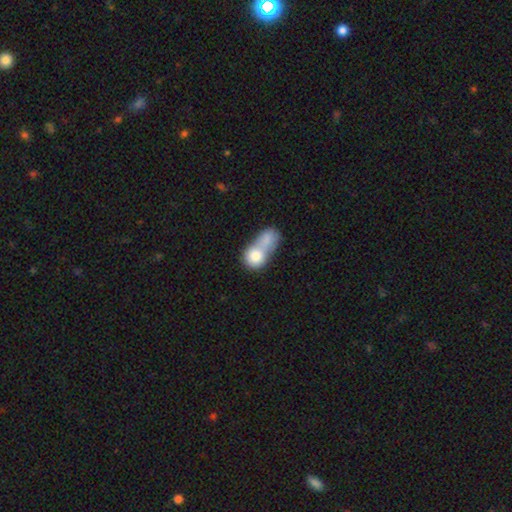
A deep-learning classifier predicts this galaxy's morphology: The model was most divided on "how rounded": round: 56%, in between: 42%, cigar-shaped: 3%. More confident: smooth or featured — smooth (76%); merging — merger (75%).